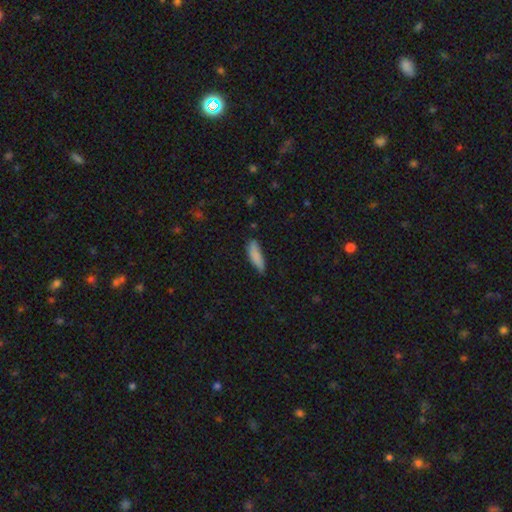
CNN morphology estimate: smooth 85%, featured or disk 8%, star or artifact 6%. Down the decision tree: how rounded — cigar-shaped (53%); merging — none (67%).